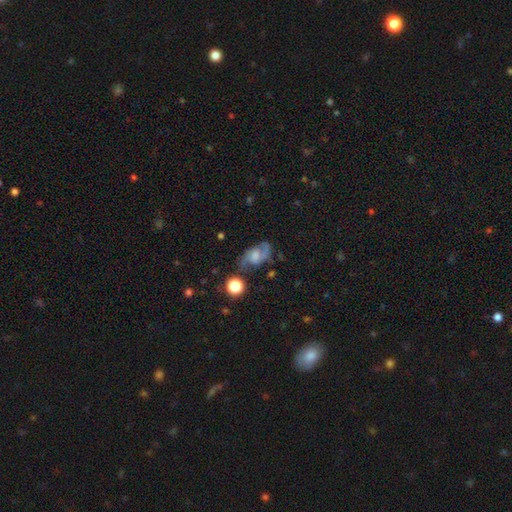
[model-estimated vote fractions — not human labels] A featured or disk galaxy (68%) with no bar (54%), 2 (86%) medium (49%) spiral arms (91%) and a small central bulge (32%, tied with moderate).

Vote fractions:
- Smooth or featured? featured or disk: 68% / smooth: 23% / star or artifact: 10%
- Edge-on disk? no: 96% / yes: 4%
- Bar? no: 54% / weak: 38% / strong: 8%
- Spiral arms? yes: 91% / no: 9%
- Spiral winding? medium: 49% / loose: 35% / tight: 16%
- Spiral arm count? 2: 86% / can't tell: 6% / 1: 4% / 3: 2% / 4: 1% / more than 4: 1%
- Bulge size? small: 32% (tied) / moderate: 32% (tied) / none: 20% / large: 13% / dominant: 2%
- Merging? none: 63% / minor disturbance: 21% / major disturbance: 12% / merger: 4%